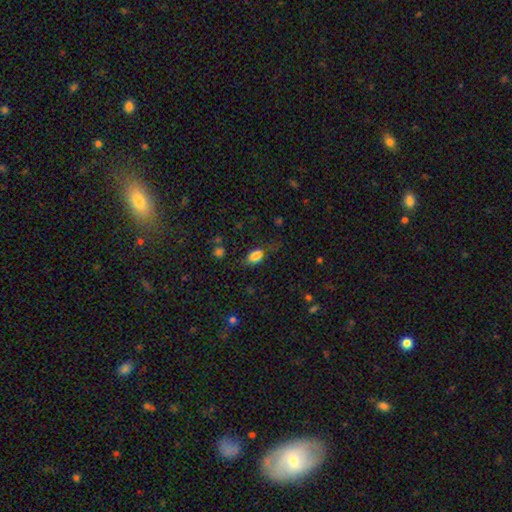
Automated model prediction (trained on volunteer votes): smooth 81%, star or artifact 10%, featured or disk 9%. Down the decision tree: how rounded — in between (87%); merging — none (57%).